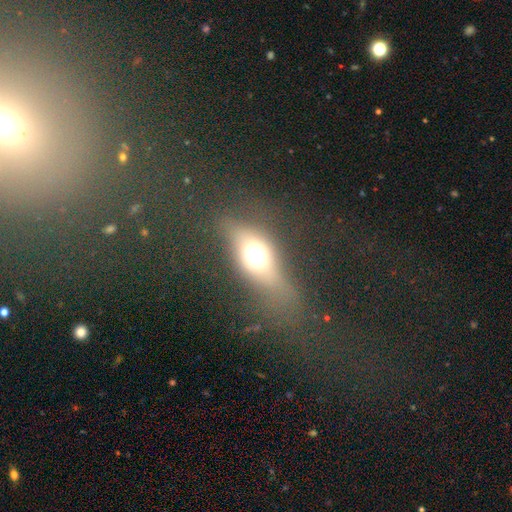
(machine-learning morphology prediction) This is possibly a smooth galaxy (45%). Merging: likely none (66%).